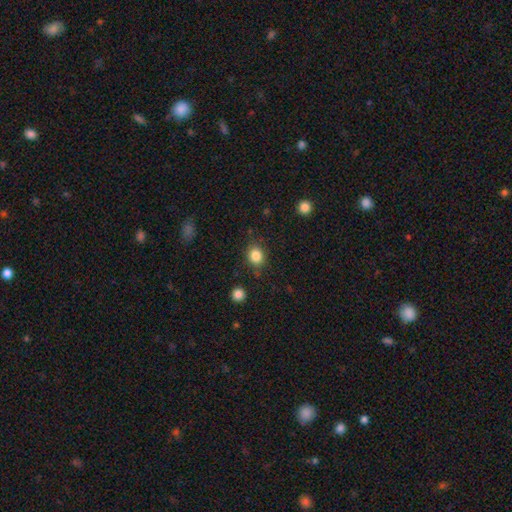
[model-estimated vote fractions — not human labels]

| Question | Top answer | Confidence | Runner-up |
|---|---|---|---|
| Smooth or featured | smooth | 85% | star or artifact (10%) |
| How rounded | round | 66% | in between (33%) |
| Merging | none | 78% | minor disturbance (15%) |